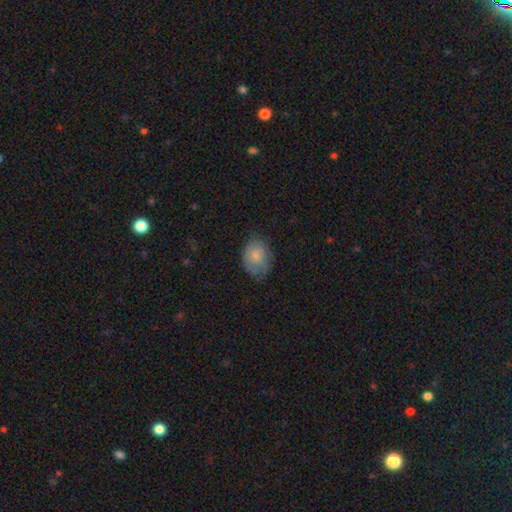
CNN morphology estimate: A smooth galaxy with no disk features (69%) that is in between round and cigar-shaped (68%).

Vote fractions:
- Smooth or featured? smooth: 69% / featured or disk: 24% / star or artifact: 7%
- How rounded? in between: 68% / round: 30% / cigar-shaped: 1%
- Merging? none: 64% / minor disturbance: 27% / major disturbance: 8% / merger: 1%